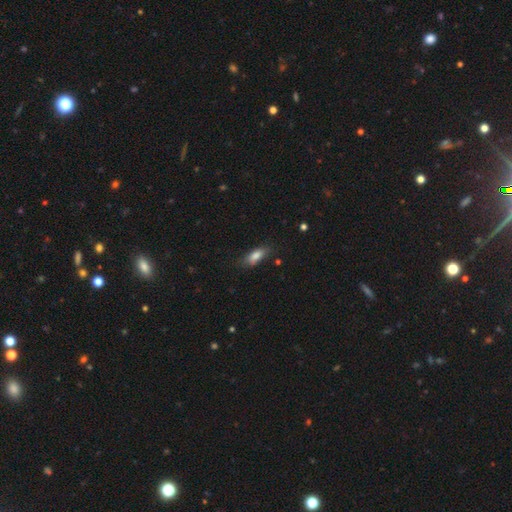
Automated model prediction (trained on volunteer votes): Smooth or featured? smooth (80%)
How rounded? in between (73%)
Merging? none (68%)